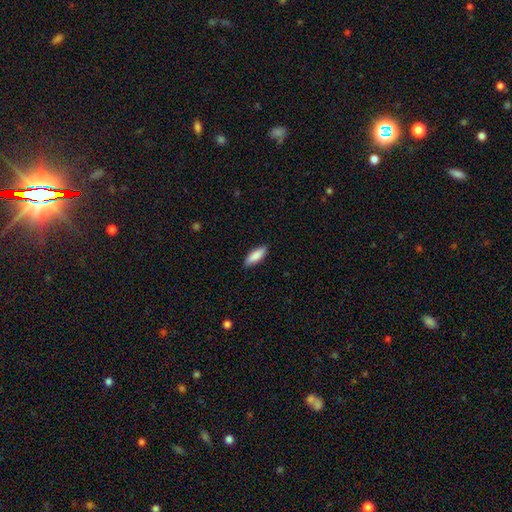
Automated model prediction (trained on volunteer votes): smooth-or-featured: smooth: 87% | featured or disk: 7% | star or artifact: 6%
  how-rounded: in between: 63% | cigar-shaped: 35% | round: 2%
  merging: none: 87% | minor disturbance: 10% | major disturbance: 2% | merger: 1%